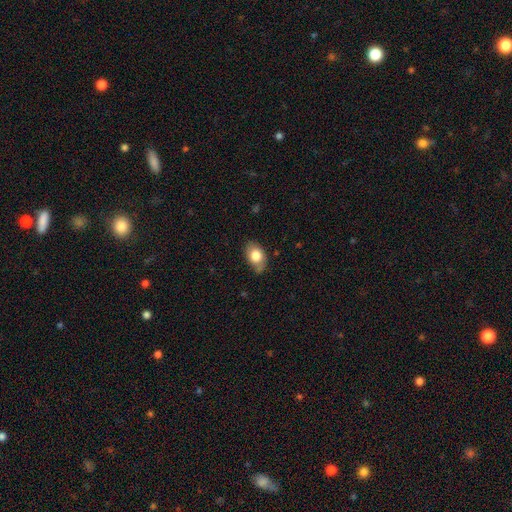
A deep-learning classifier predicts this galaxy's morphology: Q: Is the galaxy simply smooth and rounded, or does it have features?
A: smooth — 78%.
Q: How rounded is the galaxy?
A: in between — 85%.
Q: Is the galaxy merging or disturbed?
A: none — 67%.